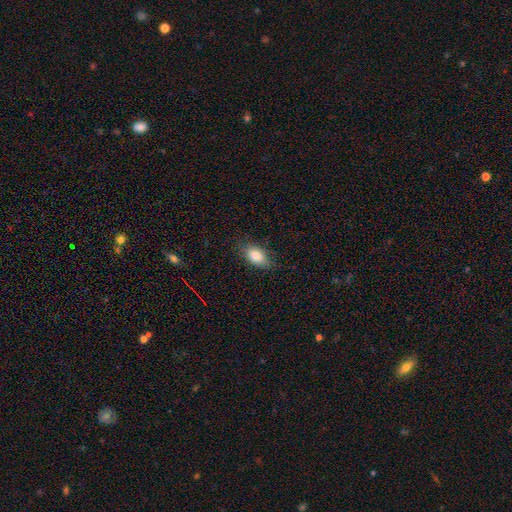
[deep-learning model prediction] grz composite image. It shows a smooth galaxy with no disk features (84%) that is in between round and cigar-shaped (87%). Merging: none (78%).